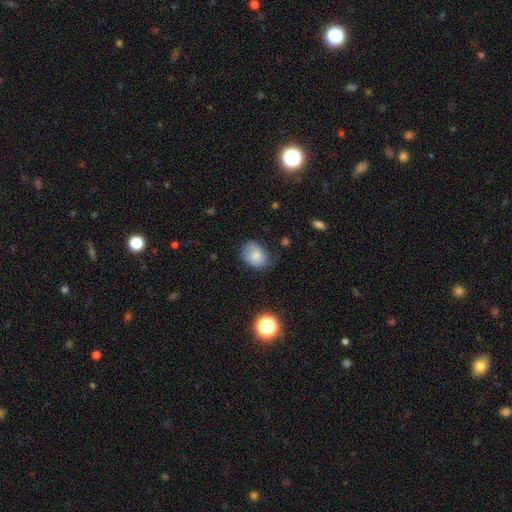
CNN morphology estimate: Smooth or featured: smooth — 78% (featured or disk — 12%)
How rounded: in between — 64% (round — 35%)
Merging: none — 57% (minor disturbance — 32%)